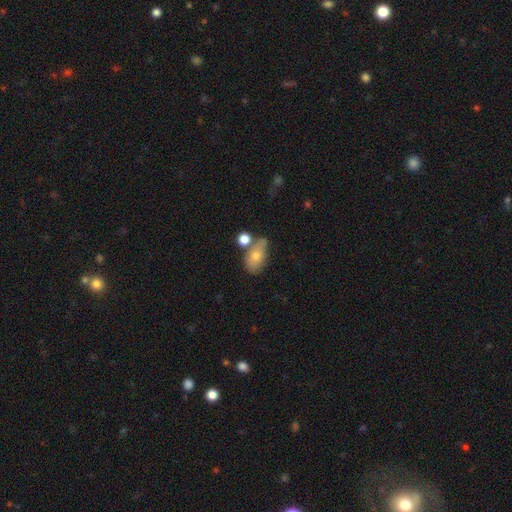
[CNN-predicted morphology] A smooth galaxy with no disk features (66%) that is in between round and cigar-shaped (84%). Merging: none (44%).